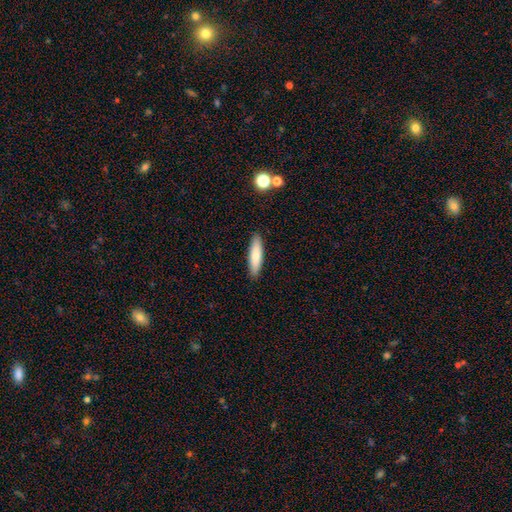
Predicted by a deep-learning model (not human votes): The model was most divided on "how rounded": cigar-shaped: 74%, in between: 24%, round: 1%. More confident: merging — none (90%); smooth or featured — smooth (78%).